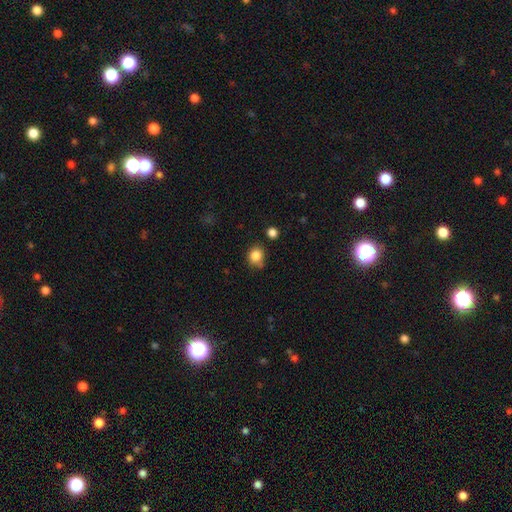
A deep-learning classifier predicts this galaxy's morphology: Smooth or featured?
  - smooth: 85% *
  - star or artifact: 10%
  - featured or disk: 5%
How rounded?
  - round: 77% *
  - in between: 22%
  - cigar-shaped: 1%
Merging?
  - none: 67% *
  - minor disturbance: 20%
  - merger: 7%
  - major disturbance: 5%